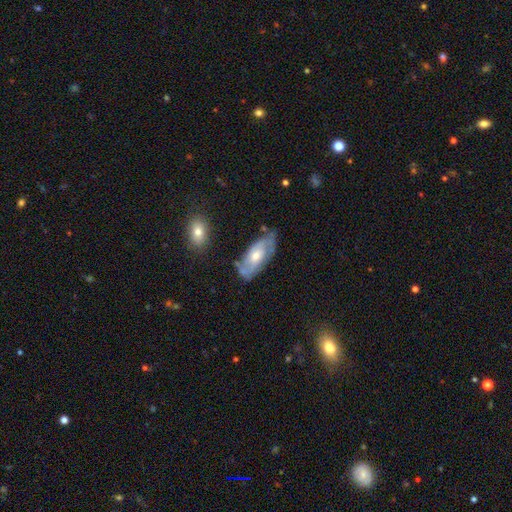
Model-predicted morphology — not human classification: Smooth or featured?
  - featured or disk: 65% *
  - smooth: 28%
  - star or artifact: 7%
Edge-on disk?
  - no: 88% *
  - yes: 12%
Bar?
  - no: 66% *
  - weak: 29%
  - strong: 6%
Spiral arms?
  - yes: 80% *
  - no: 20%
Bulge size?
  - moderate: 61% *
  - small: 33%
  - large: 4%
  - none: 1%
  - dominant: 1%
Merging?
  - none: 68% *
  - minor disturbance: 22%
  - major disturbance: 6%
  - merger: 4%